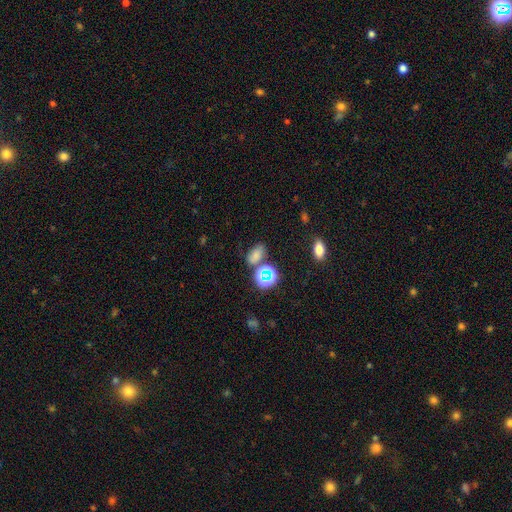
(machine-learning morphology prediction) Smooth or featured? Predicted: smooth (p=0.65). How rounded? Predicted: in between (p=0.81). Merging? Predicted: none (p=0.64).